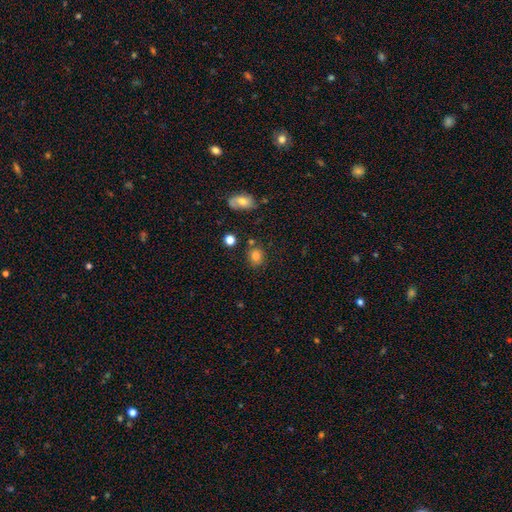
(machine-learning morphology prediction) A smooth galaxy with no disk features (82%) that is round (61%). Merging: none (74%).